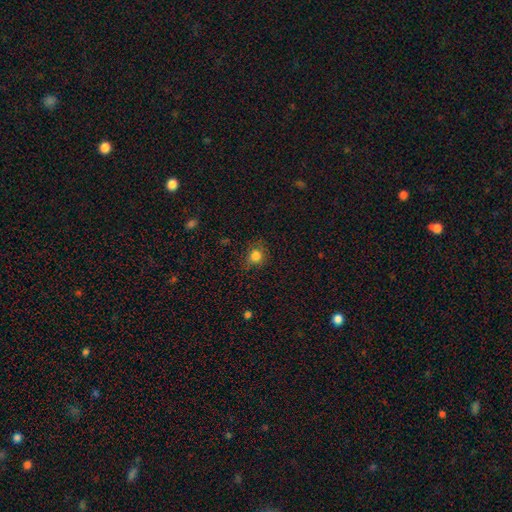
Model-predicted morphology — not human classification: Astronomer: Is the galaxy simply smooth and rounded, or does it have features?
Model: smooth — 80%.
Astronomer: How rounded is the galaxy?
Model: round — 80%.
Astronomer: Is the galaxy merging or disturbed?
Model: none — 77%.